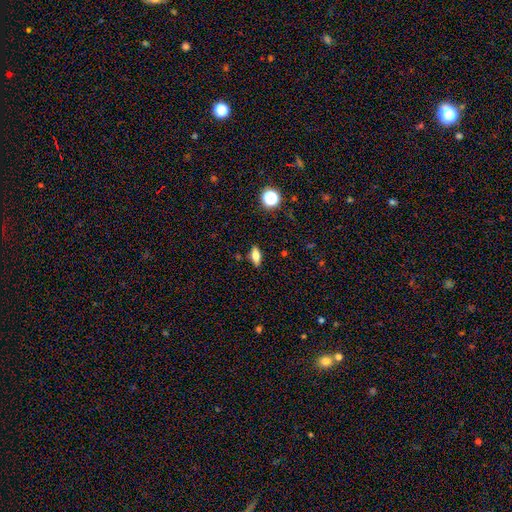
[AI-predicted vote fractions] A smooth galaxy with no disk features (74%) that is in between round and cigar-shaped (78%). Merging: none (86%).